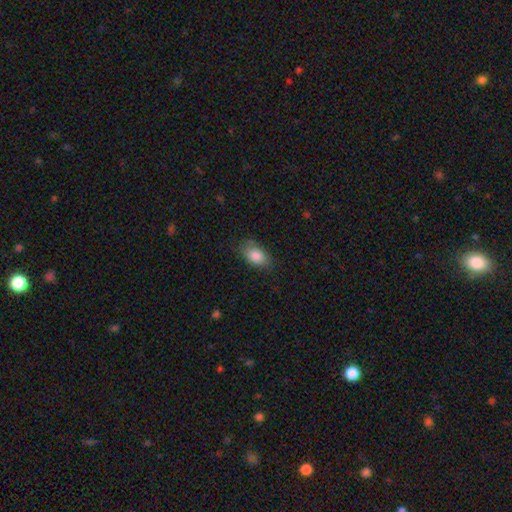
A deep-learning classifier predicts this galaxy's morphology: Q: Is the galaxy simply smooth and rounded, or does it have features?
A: smooth — 86%.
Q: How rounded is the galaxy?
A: in between — 89%.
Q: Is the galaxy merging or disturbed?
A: none — 75%.